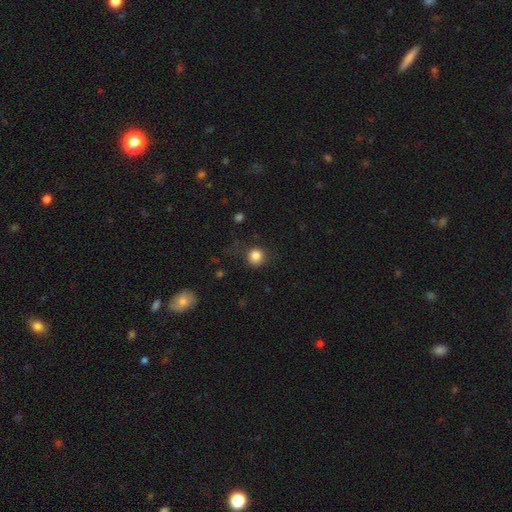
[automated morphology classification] Q: Smooth or featured?
A: smooth (85%); runner-up: star or artifact (11%)
Q: How rounded?
A: round (90%); runner-up: in between (9%)
Q: Merging?
A: none (80%); runner-up: minor disturbance (13%)